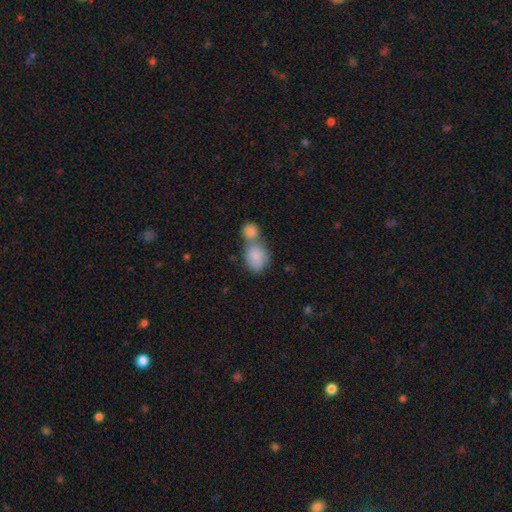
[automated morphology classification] Overall: smooth (85%). How rounded: in between (59%; round 39%). Merging: merger (60%; none 26%).